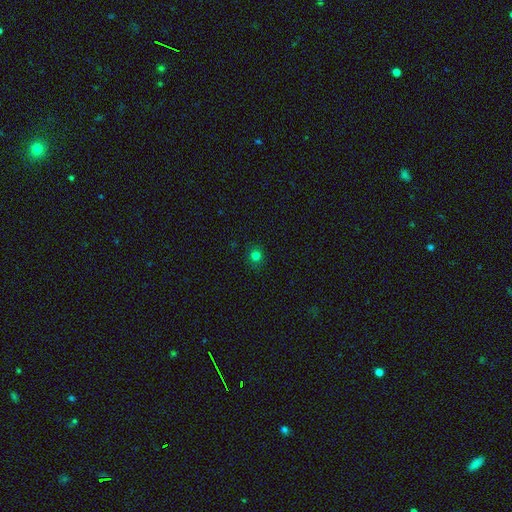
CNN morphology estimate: Smooth or featured? Predicted: smooth (p=0.78). How rounded? Predicted: round (p=0.89). Merging? Predicted: none (p=0.90).